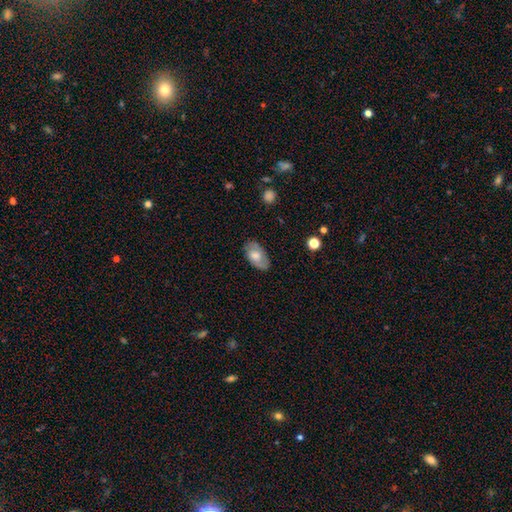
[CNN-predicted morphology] Smooth or featured: smooth — 63% (featured or disk — 30%)
How rounded: in between — 93% (round — 5%)
Merging: none — 78% (minor disturbance — 17%)